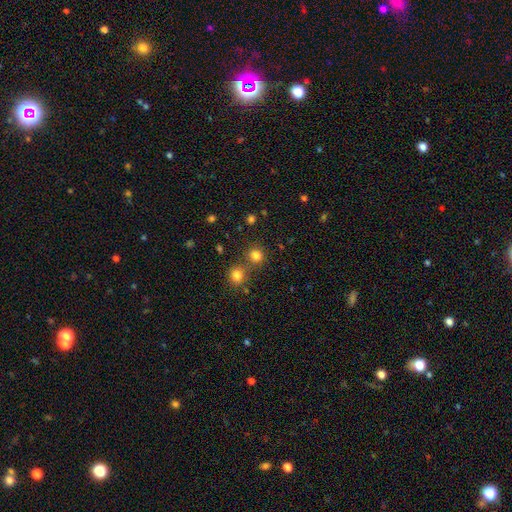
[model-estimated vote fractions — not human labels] The model was most divided on "merging": none: 67%, merger: 23%, minor disturbance: 7%, major disturbance: 3%. More confident: how rounded — round (89%); smooth or featured — smooth (79%).